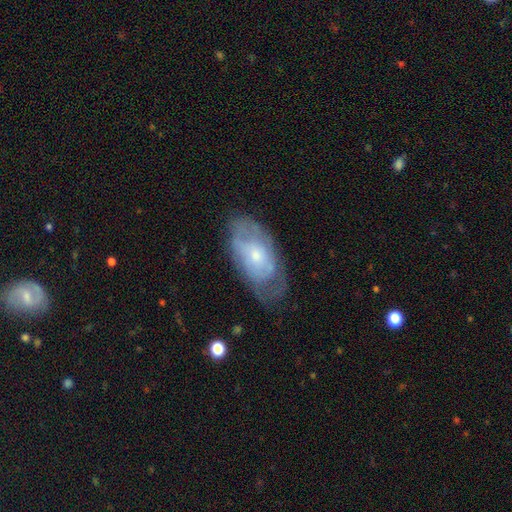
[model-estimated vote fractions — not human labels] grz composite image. It shows a featured or disk galaxy (57%) with no bar (81%), spiral arms (56%) and a small central bulge (57%). Merging: none (58%).